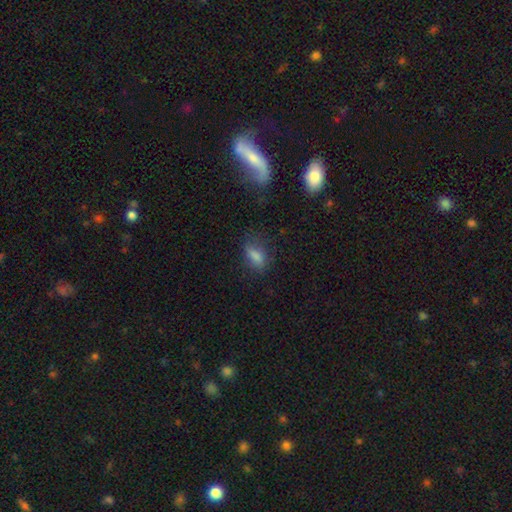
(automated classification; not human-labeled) Smooth or featured? Predicted: smooth (p=0.75). How rounded? Predicted: in between (p=0.80). Merging? Predicted: none (p=0.61).